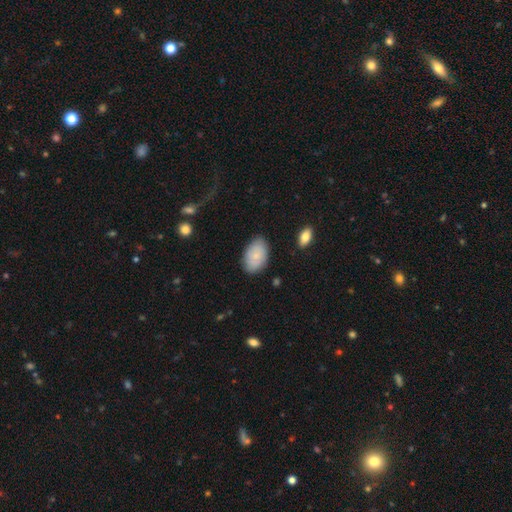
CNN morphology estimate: The model was most divided on "smooth or featured": smooth: 81%, featured or disk: 13%, star or artifact: 6%. More confident: how rounded — in between (92%); merging — none (82%).